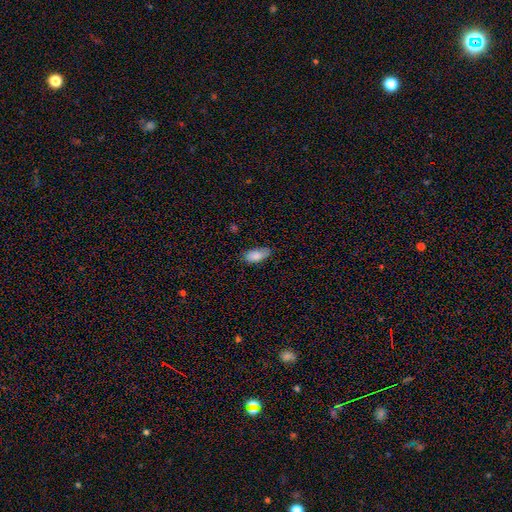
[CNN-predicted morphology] A smooth galaxy with no disk features (83%) that is in between round and cigar-shaped (90%).

Vote fractions:
- Smooth or featured? smooth: 83% / featured or disk: 10% / star or artifact: 7%
- How rounded? in between: 90% / cigar-shaped: 8% / round: 3%
- Merging? none: 69% / minor disturbance: 26% / major disturbance: 4% / merger: 1%